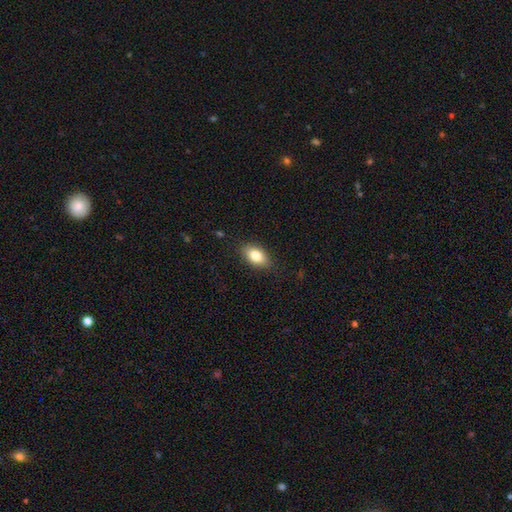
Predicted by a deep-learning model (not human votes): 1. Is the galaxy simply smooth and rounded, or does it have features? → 81% smooth, 11% featured or disk, 8% star or artifact.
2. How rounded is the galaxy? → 89% in between, 8% round, 3% cigar-shaped.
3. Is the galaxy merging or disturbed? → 84% none, 12% minor disturbance, 3% major disturbance, 1% merger.